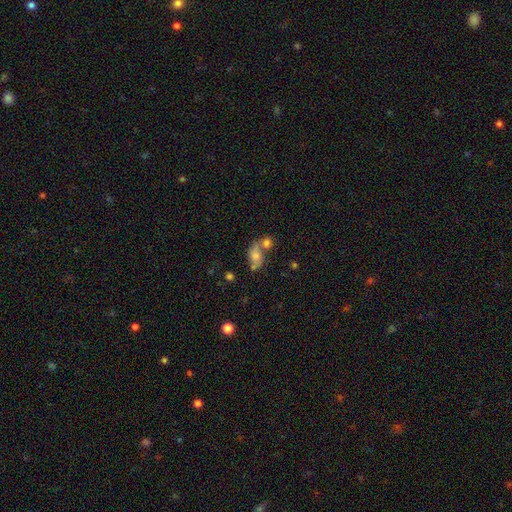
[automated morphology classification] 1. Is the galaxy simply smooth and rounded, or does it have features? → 53% smooth, 34% featured or disk, 13% star or artifact.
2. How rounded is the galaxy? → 73% in between, 24% round, 4% cigar-shaped.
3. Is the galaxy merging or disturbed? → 45% merger, 31% none, 14% minor disturbance, 10% major disturbance.